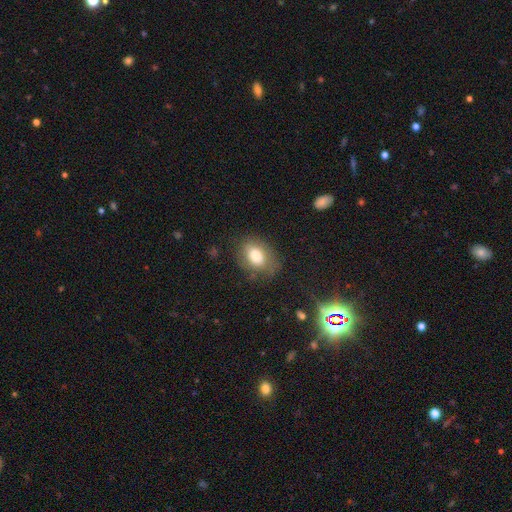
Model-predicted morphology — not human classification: Smooth or featured: smooth — 78% (featured or disk — 13%)
How rounded: in between — 76% (round — 23%)
Merging: none — 65% (minor disturbance — 23%)